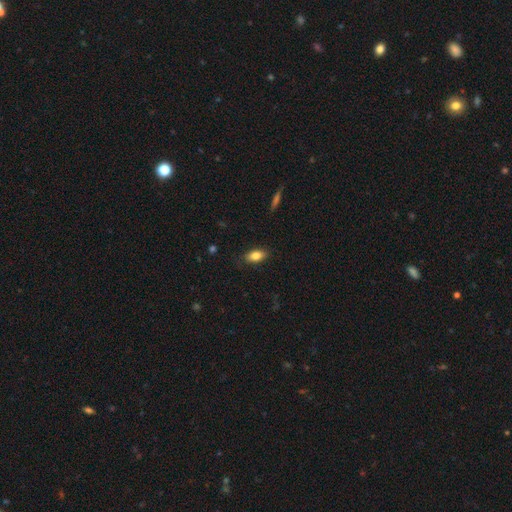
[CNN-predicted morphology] type=smooth (82%); roundness=in between (89%); merging=none (83%).